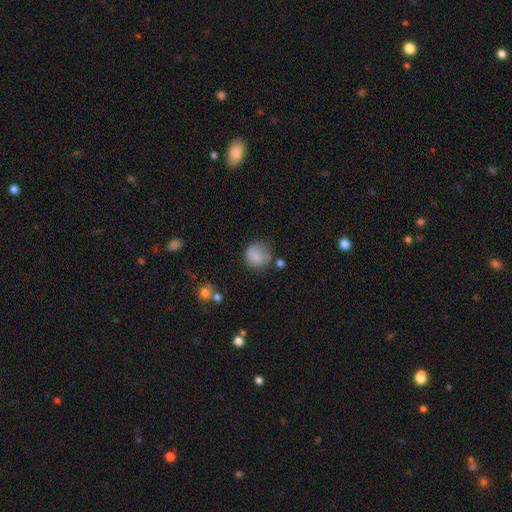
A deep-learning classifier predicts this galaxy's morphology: Q: Smooth or featured?
A: smooth (82%); runner-up: featured or disk (9%)
Q: How rounded?
A: round (82%); runner-up: in between (17%)
Q: Merging?
A: none (62%); runner-up: minor disturbance (23%)